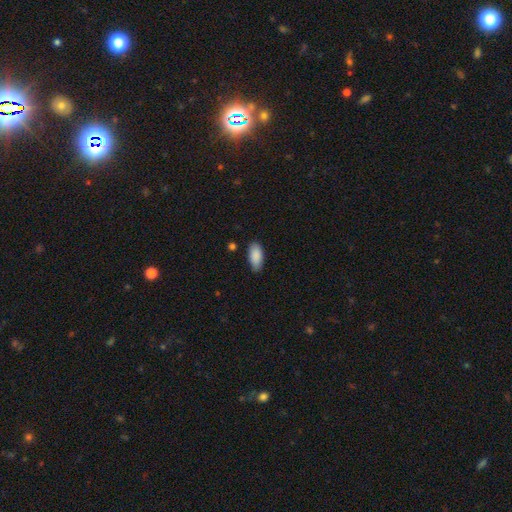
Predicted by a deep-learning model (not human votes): Smooth or featured? Predicted: smooth (p=0.89). How rounded? Predicted: in between (p=0.91). Merging? Predicted: none (p=0.80).